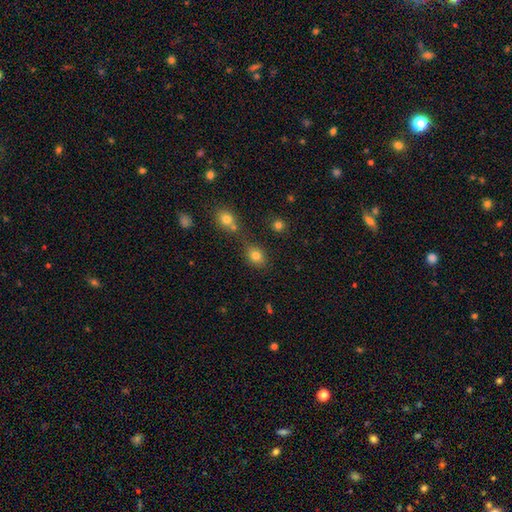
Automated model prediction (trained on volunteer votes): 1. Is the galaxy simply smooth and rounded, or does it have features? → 79% smooth, 13% star or artifact, 8% featured or disk.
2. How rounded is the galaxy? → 54% round, 45% in between, 1% cigar-shaped.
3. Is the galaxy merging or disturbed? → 66% none, 16% merger, 13% minor disturbance, 5% major disturbance.